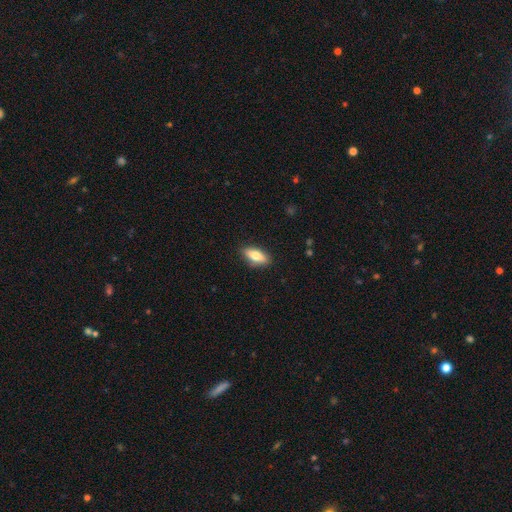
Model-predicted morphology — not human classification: Smooth or featured? smooth (69%)
How rounded? in between (73%)
Merging? none (87%)